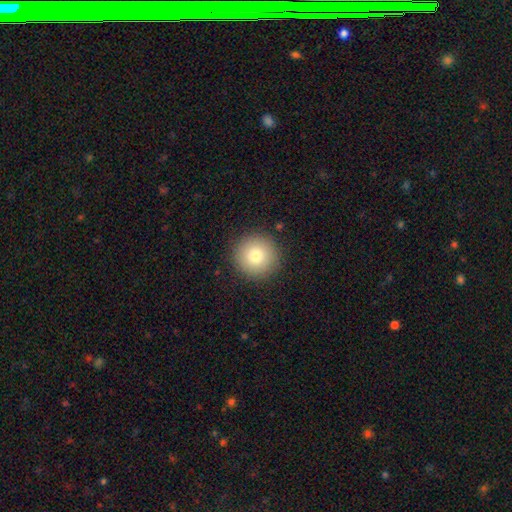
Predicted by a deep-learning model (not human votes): Morphology: type=smooth (78%); roundness=round (96%); merging=none (91%).